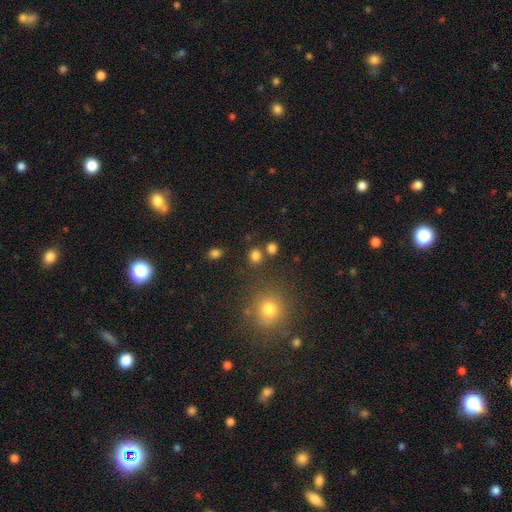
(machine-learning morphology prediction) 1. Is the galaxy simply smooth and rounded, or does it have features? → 79% smooth, 16% star or artifact, 5% featured or disk.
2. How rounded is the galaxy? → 78% round, 21% in between, 1% cigar-shaped.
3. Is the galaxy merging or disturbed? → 77% none, 11% merger, 8% minor disturbance, 4% major disturbance.